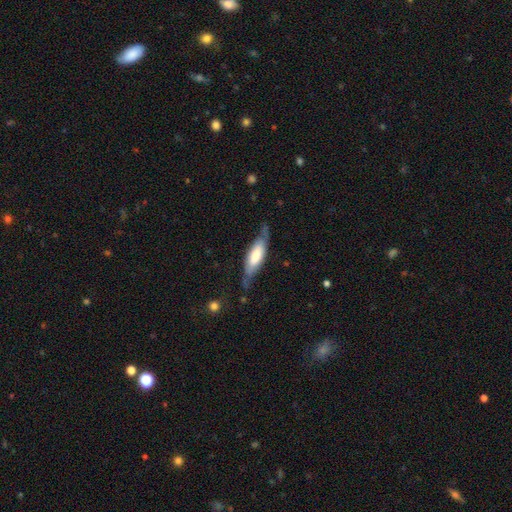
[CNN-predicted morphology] A smooth galaxy with no disk features (54%) that is in between round and cigar-shaped (50%).

Vote fractions:
- Smooth or featured? smooth: 54% / featured or disk: 41% / star or artifact: 6%
- How rounded? in between: 50% / cigar-shaped: 48% / round: 2%
- Merging? none: 64% / minor disturbance: 26% / major disturbance: 8% / merger: 2%